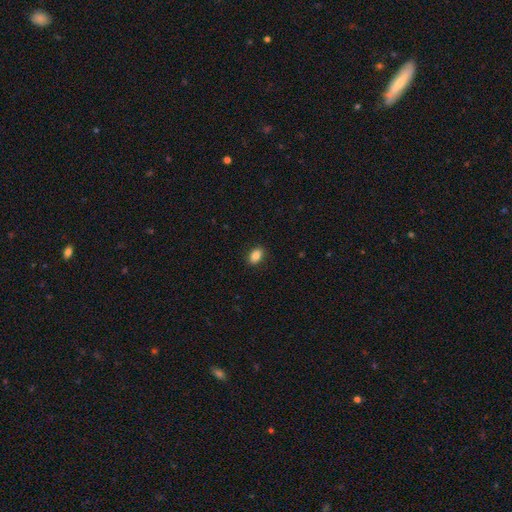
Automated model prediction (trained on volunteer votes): Overall: smooth (85%). How rounded: in between (87%). Merging: none (88%).